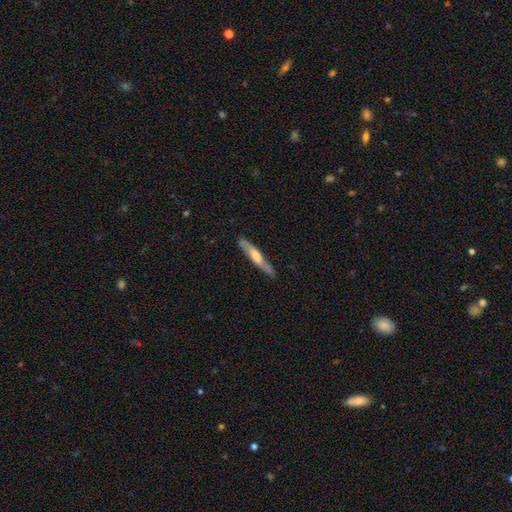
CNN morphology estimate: Q: Smooth or featured?
A: featured or disk (57%); runner-up: smooth (38%)
Q: Edge-on disk?
A: yes (79%); runner-up: no (21%)
Q: Merging?
A: none (84%); runner-up: minor disturbance (13%)